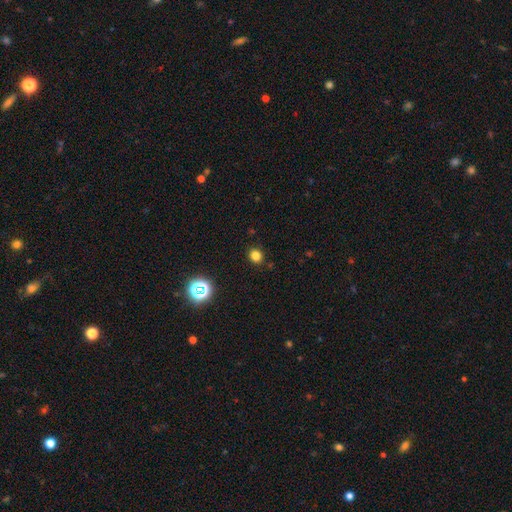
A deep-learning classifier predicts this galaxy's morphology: smooth_or_featured: smooth (p=0.79) [alt: star or artifact p=0.16]
how_rounded: round (p=0.76) [alt: in between p=0.23]
merging: none (p=0.90) [alt: minor disturbance p=0.07]